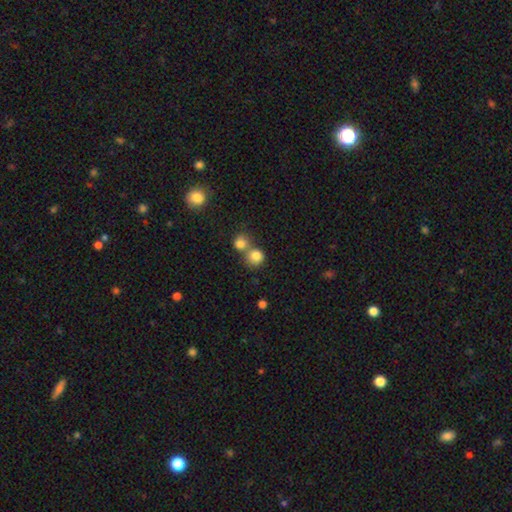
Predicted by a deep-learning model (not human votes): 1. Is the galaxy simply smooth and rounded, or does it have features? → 82% smooth, 11% star or artifact, 7% featured or disk.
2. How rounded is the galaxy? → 87% round, 12% in between, 1% cigar-shaped.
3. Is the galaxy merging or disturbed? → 46% none, 44% merger, 7% minor disturbance, 3% major disturbance.